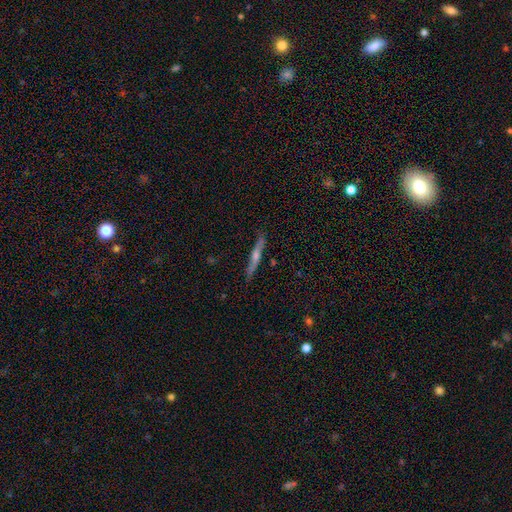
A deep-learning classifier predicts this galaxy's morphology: A featured or disk galaxy (67%) viewed edge-on (96%) with a rounded central bulge (82%). Merging: none (88%).